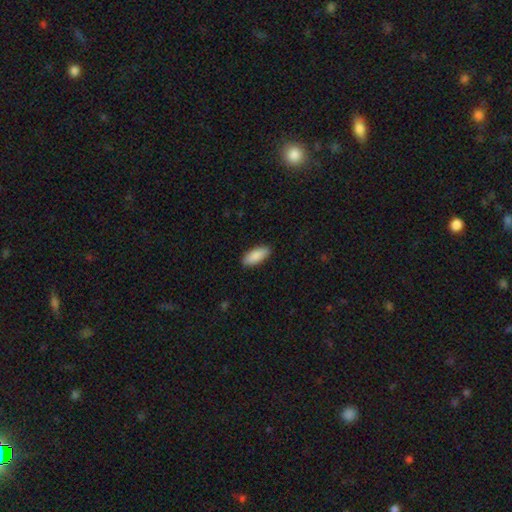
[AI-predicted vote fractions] The model was most divided on "how rounded": in between: 84%, cigar-shaped: 15%, round: 2%. More confident: smooth or featured — smooth (90%); merging — none (89%).